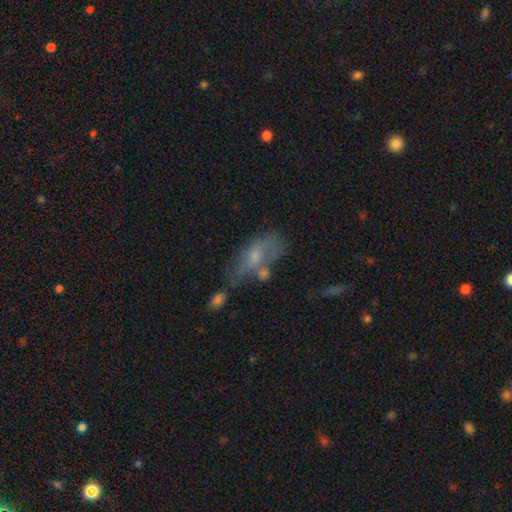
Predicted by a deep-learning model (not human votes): Morphology: type=smooth (45%); merging=none (35%).